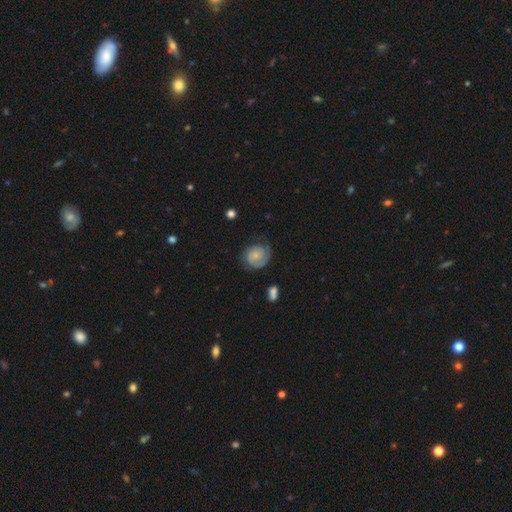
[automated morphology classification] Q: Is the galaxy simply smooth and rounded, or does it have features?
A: featured or disk — 69%.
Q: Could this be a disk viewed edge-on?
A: no — 98%.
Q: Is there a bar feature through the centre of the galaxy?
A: no — 71%.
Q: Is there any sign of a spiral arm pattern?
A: yes — 94%.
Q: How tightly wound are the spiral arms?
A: tight — 58%.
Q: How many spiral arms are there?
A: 1 — 52%.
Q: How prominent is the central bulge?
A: small — 58%.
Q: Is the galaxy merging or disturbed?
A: none — 63%.